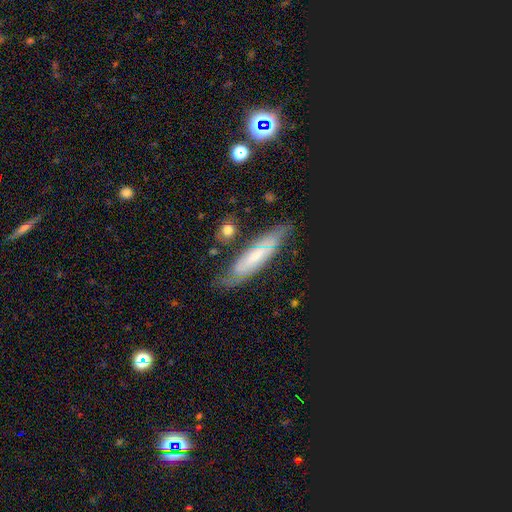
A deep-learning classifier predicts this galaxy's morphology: The model was most divided on "edge-on disk": no: 66%, yes: 34%. More confident: merging — none (70%); smooth or featured — featured or disk (64%).